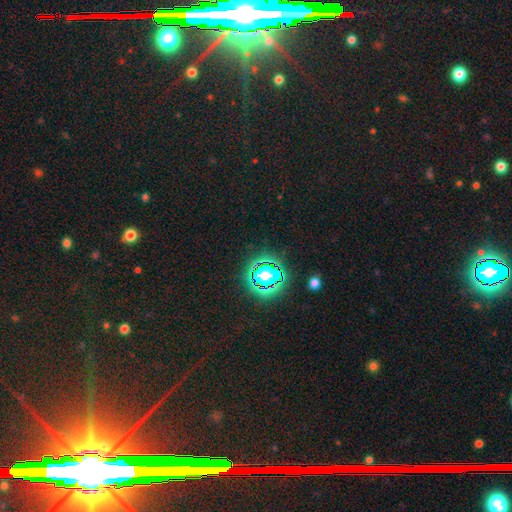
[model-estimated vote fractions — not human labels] smooth-or-featured: star or artifact: 84% | smooth: 8% | featured or disk: 8%